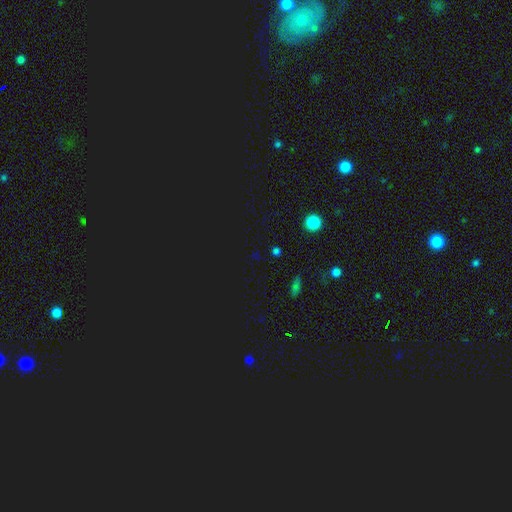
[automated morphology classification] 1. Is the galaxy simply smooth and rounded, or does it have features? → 65% star or artifact, 29% smooth, 6% featured or disk.